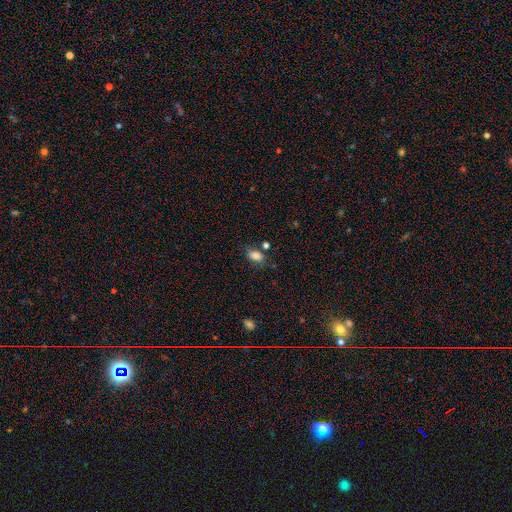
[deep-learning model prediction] A smooth galaxy with no disk features (82%) that is in between round and cigar-shaped (83%).

Vote fractions:
- Smooth or featured? smooth: 82% / star or artifact: 11% / featured or disk: 7%
- How rounded? in between: 83% / round: 15% / cigar-shaped: 2%
- Merging? none: 64% / minor disturbance: 22% / merger: 7% / major disturbance: 7%